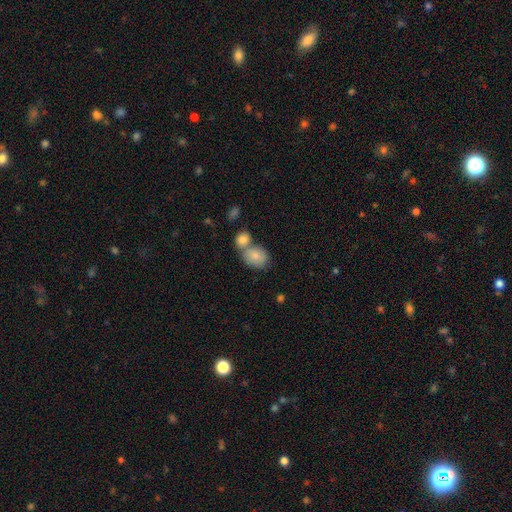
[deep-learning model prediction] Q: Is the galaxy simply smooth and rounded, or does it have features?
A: smooth — 81%.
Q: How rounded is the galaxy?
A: in between — 63%.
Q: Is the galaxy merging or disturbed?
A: merger — 53%.